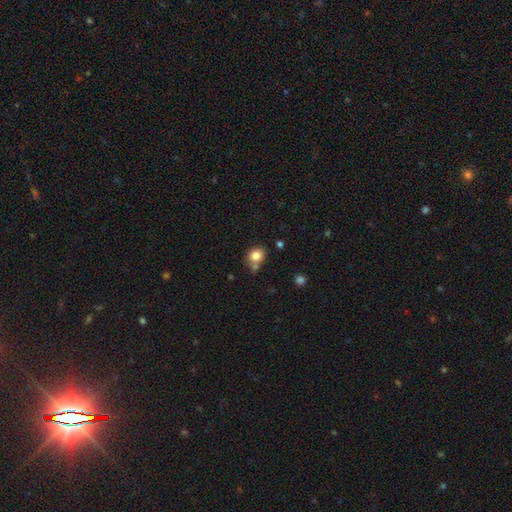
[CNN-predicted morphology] Overall: smooth (82%). How rounded: round (68%; in between 31%). Merging: none (59%).